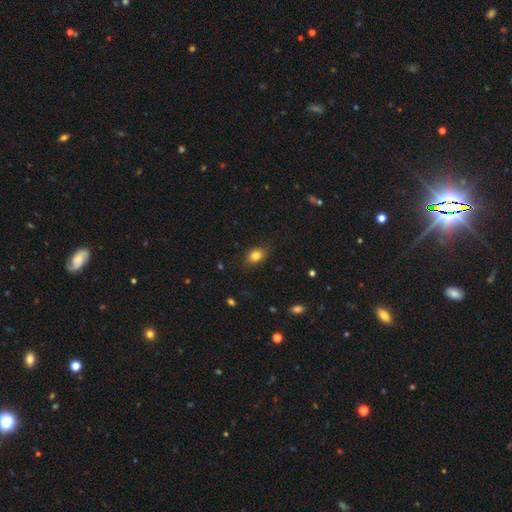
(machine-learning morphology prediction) A smooth galaxy with no disk features (82%) that is in between round and cigar-shaped (75%). Merging: none (86%).